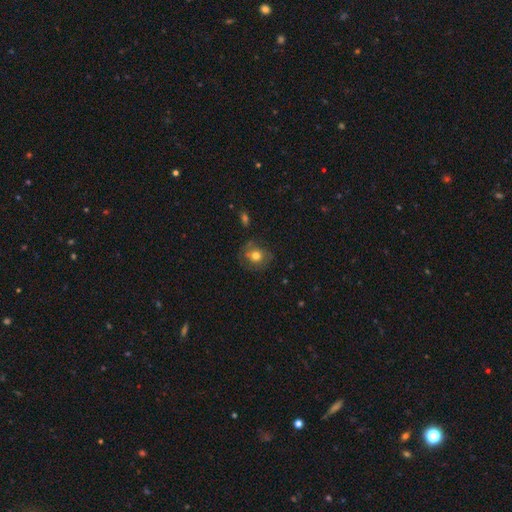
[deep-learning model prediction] A smooth galaxy with no disk features (63%) that is round (75%).

Vote fractions:
- Smooth or featured? smooth: 63% / featured or disk: 27% / star or artifact: 10%
- How rounded? round: 75% / in between: 24% / cigar-shaped: 1%
- Merging? none: 69% / minor disturbance: 20% / major disturbance: 8% / merger: 3%